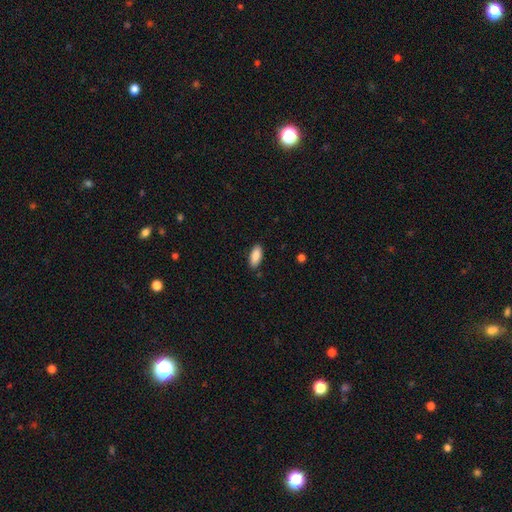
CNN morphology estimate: smooth_or_featured: smooth (p=0.89) [alt: star or artifact p=0.06]
how_rounded: in between (p=0.86) [alt: cigar-shaped p=0.12]
merging: none (p=0.87) [alt: minor disturbance p=0.10]